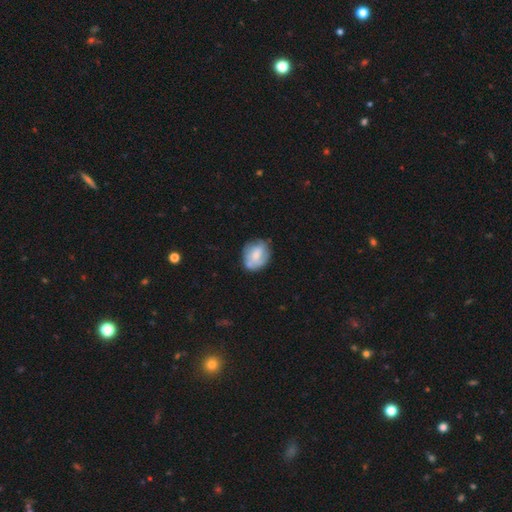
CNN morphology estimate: smooth_or_featured: smooth (p=0.52) [alt: featured or disk p=0.41]
how_rounded: in between (p=0.51) [alt: round p=0.48]
merging: none (p=0.61) [alt: minor disturbance p=0.26]